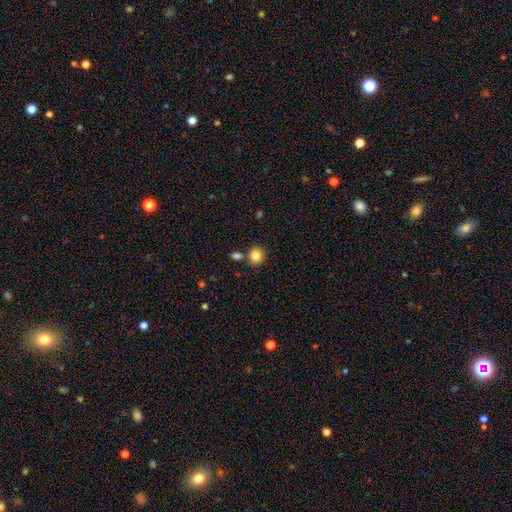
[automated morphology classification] smooth-or-featured: smooth: 84% | star or artifact: 10% | featured or disk: 6%
  how-rounded: round: 78% | in between: 21% | cigar-shaped: 1%
  merging: none: 75% | merger: 13% | minor disturbance: 9% | major disturbance: 3%